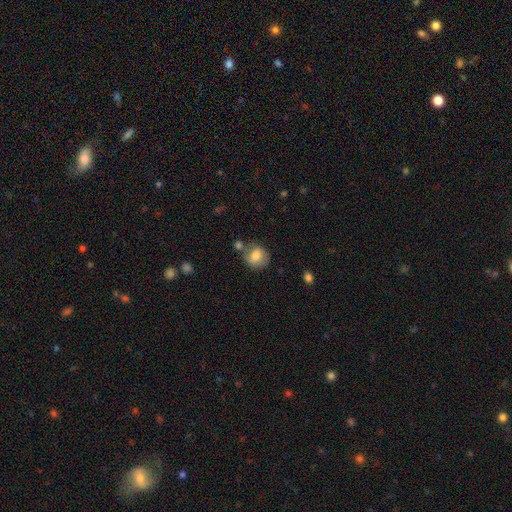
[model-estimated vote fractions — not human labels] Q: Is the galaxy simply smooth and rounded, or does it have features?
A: smooth — 75%.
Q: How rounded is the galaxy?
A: round — 74%.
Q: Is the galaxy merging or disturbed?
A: none — 59%.